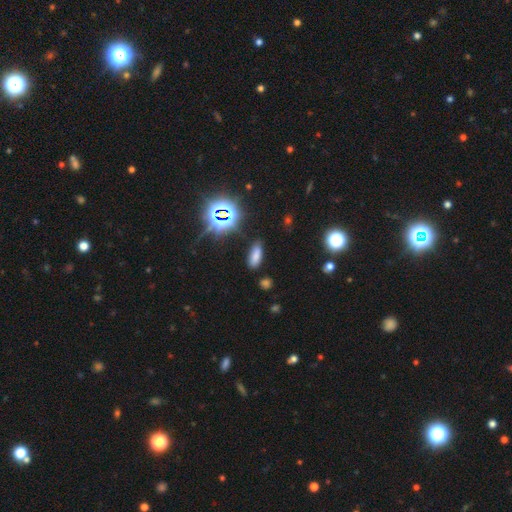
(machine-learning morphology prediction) Smooth or featured?
  - smooth: 69% *
  - star or artifact: 24%
  - featured or disk: 7%
How rounded?
  - in between: 73% *
  - cigar-shaped: 23%
  - round: 4%
Merging?
  - none: 82% *
  - minor disturbance: 12%
  - major disturbance: 4%
  - merger: 2%